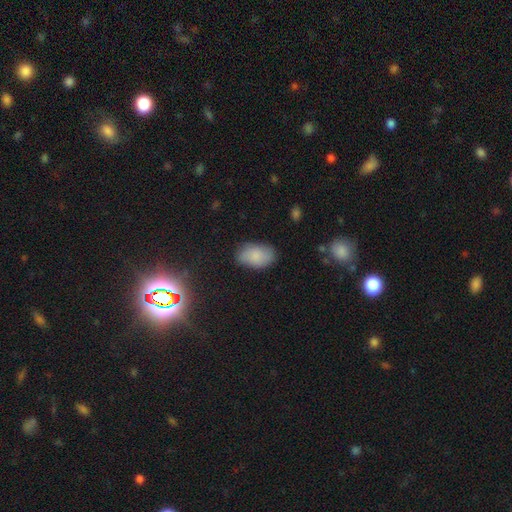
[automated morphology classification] This appears to be a smooth galaxy with no disk features (81%) that is in between round and cigar-shaped (91%). Merging: none (79%).